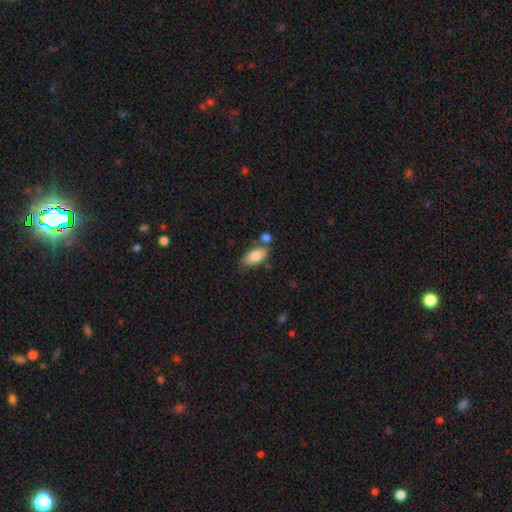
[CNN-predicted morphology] This appears to be a smooth galaxy with no disk features (82%) that is in between round and cigar-shaped (91%). Merging: none (59%).